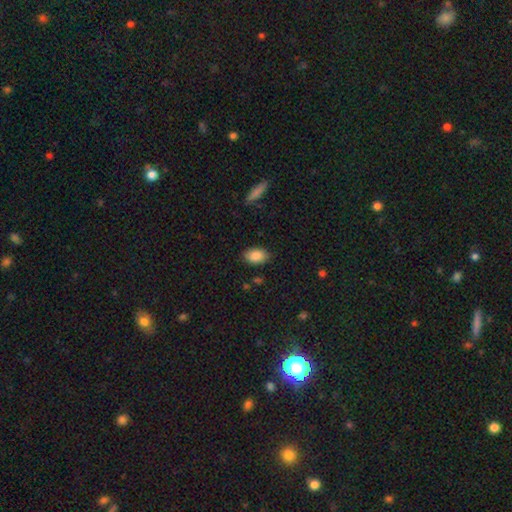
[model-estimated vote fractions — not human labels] The model was most divided on "merging": none: 85%, minor disturbance: 11%, major disturbance: 3%, merger: 1%. More confident: how rounded — in between (90%); smooth or featured — smooth (86%).